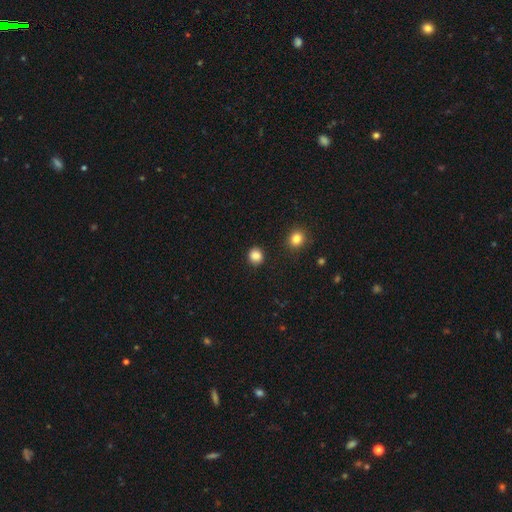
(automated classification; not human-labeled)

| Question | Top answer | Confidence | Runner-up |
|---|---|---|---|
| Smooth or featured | smooth | 86% | star or artifact (10%) |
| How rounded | round | 87% | in between (12%) |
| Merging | none | 91% | minor disturbance (5%) |